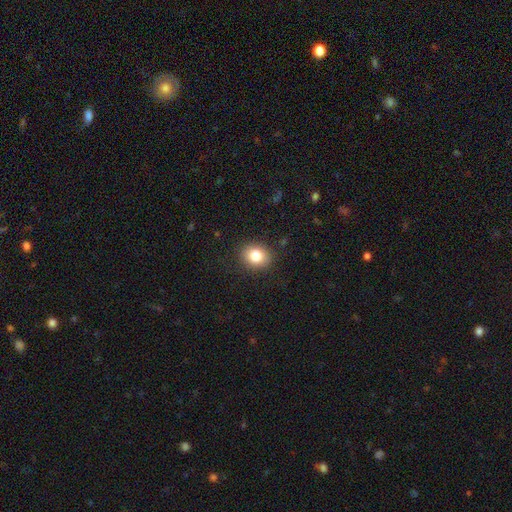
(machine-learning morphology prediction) Q: Smooth or featured?
A: smooth (82%); runner-up: star or artifact (10%)
Q: How rounded?
A: round (66%); runner-up: in between (33%)
Q: Merging?
A: none (89%); runner-up: minor disturbance (8%)